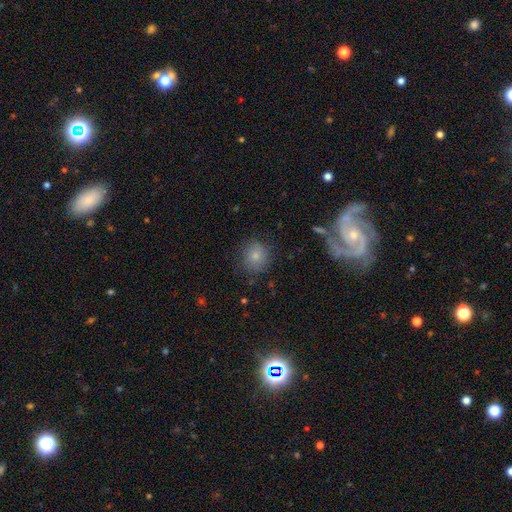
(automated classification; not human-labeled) A smooth galaxy with no disk features (80%) that is round (85%). Merging: none (78%).